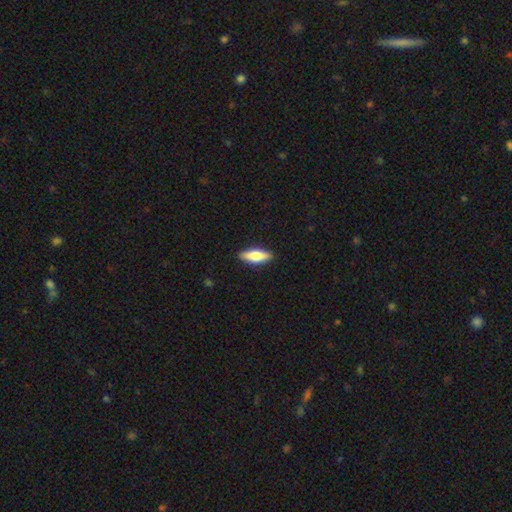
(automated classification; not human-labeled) smooth 65%, featured or disk 30%, star or artifact 6%. Down the decision tree: how rounded — in between (55%); merging — none (90%).